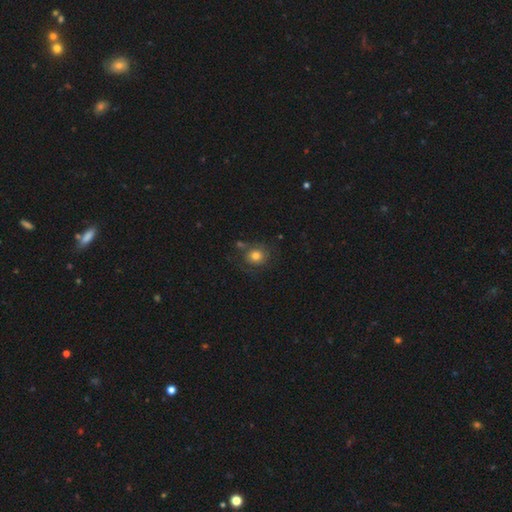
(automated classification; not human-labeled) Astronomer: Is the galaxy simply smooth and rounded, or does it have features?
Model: smooth — 74%.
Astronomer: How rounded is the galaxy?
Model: round — 80%.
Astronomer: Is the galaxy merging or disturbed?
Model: none — 68%.